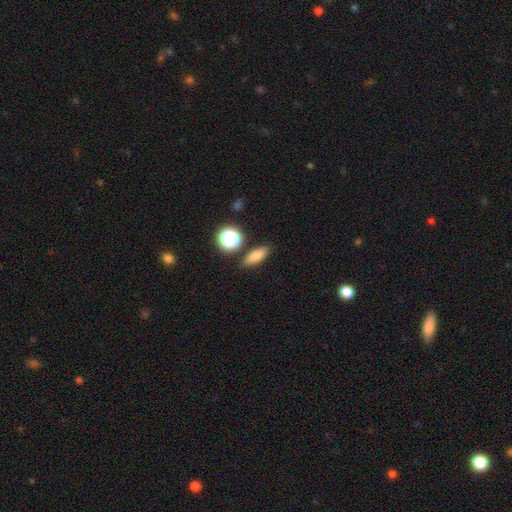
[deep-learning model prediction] Overall: smooth (77%). How rounded: in between (63%; cigar-shaped 23%). Merging: none (83%).